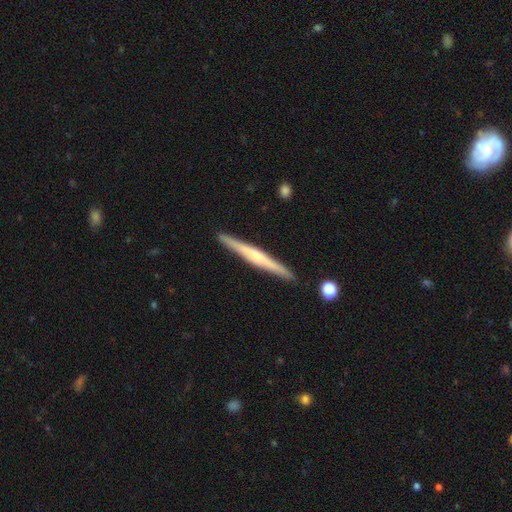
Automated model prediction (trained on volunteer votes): A featured or disk galaxy (68%) viewed edge-on (98%) with a rounded central bulge (67%).

Vote fractions:
- Smooth or featured? featured or disk: 68% / smooth: 26% / star or artifact: 6%
- Edge-on disk? yes: 98% / no: 2%
- Edge-on bulge? rounded: 67% / none: 25% / boxy: 8%
- Merging? none: 90% / minor disturbance: 7% / merger: 2% / major disturbance: 1%